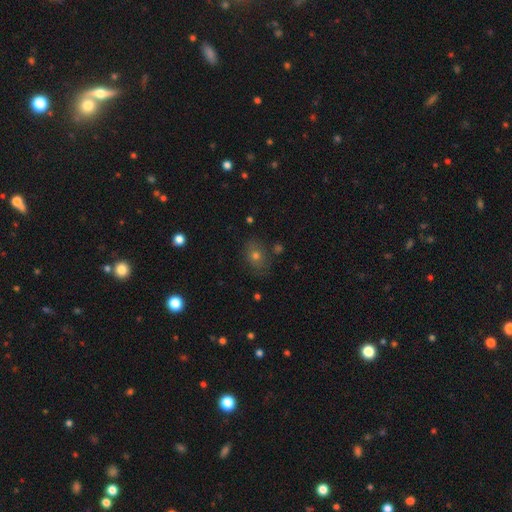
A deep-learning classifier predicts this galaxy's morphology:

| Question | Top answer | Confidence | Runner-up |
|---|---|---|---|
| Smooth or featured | smooth | 58% | star or artifact (23%) |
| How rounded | round | 51% | in between (48%) |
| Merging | none | 78% | minor disturbance (14%) |